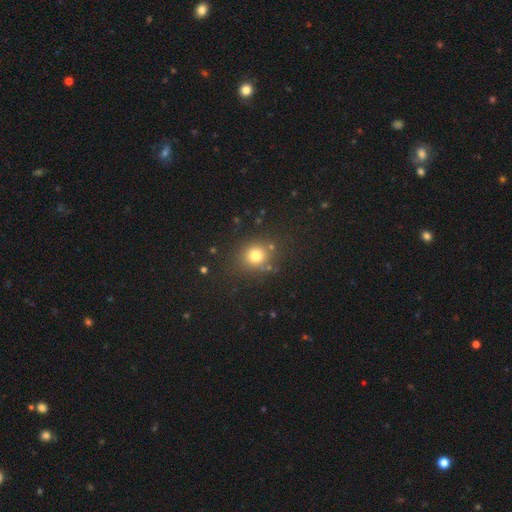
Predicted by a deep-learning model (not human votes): A smooth galaxy with no disk features (78%) that is round (83%). Merging: none (82%).